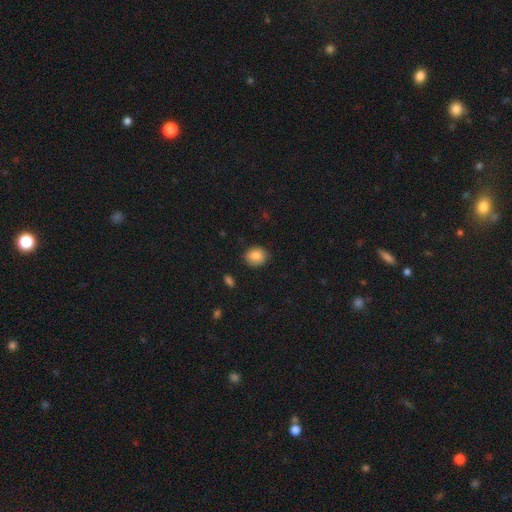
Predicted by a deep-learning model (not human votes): Smooth or featured?
  - smooth: 84% *
  - star or artifact: 8%
  - featured or disk: 8%
How rounded?
  - round: 64% *
  - in between: 35%
  - cigar-shaped: 1%
Merging?
  - none: 83% *
  - minor disturbance: 13%
  - major disturbance: 3%
  - merger: 1%